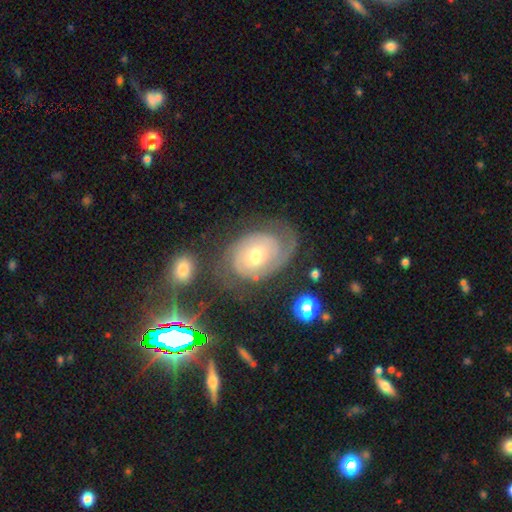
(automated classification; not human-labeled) Overall: featured or disk (78%). Edge-on disk: no (96%). Bar: no (72%). Spiral arms: yes (93%). Spiral arm count: 2 (50%; can't tell 25%). Spiral winding: tight (65%; medium 26%). Bulge size: moderate (50%; small 45%). Merging: none (65%).